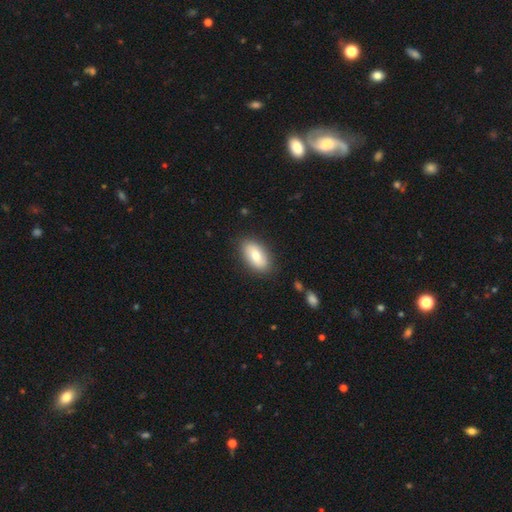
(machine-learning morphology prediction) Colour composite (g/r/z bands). It shows a smooth galaxy with no disk features (76%) that is in between round and cigar-shaped (93%). Merging: none (85%).